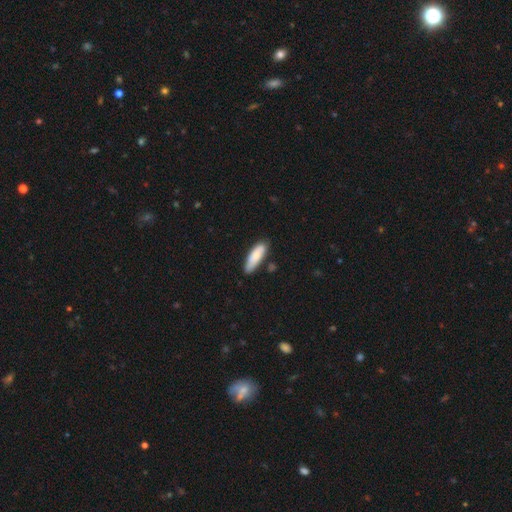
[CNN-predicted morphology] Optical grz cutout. It shows a smooth galaxy with no disk features (81%) that is in between round and cigar-shaped (51%). Merging: none (74%).